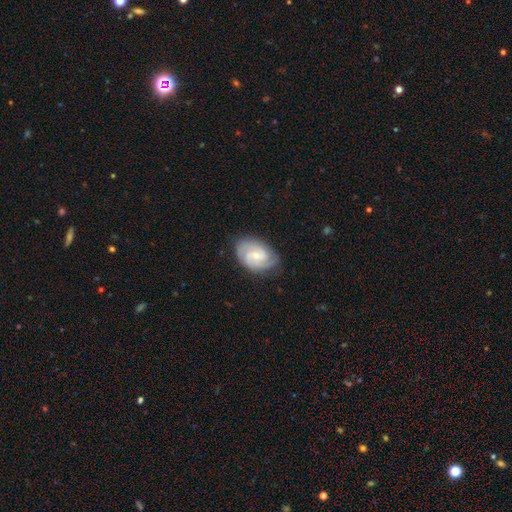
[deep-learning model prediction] Smooth or featured? featured or disk (75%)
Edge-on disk? no (97%)
Bar? no (50%)
Spiral arms? yes (95%)
Spiral winding? tight (48%)
Spiral arm count? 2 (48%)
Bulge size? small (59%)
Merging? none (75%)